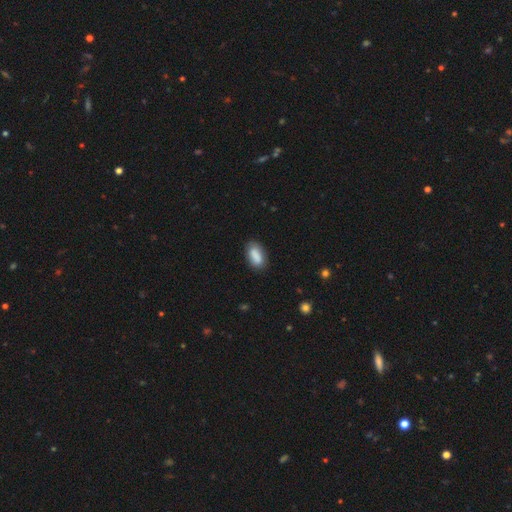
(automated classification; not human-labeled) Overall: smooth (87%). How rounded: in between (92%). Merging: none (79%).